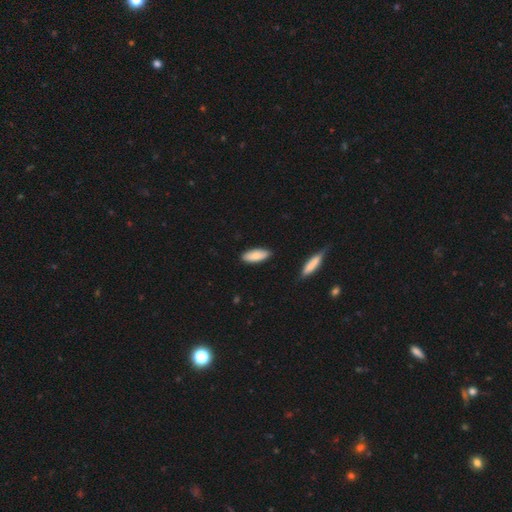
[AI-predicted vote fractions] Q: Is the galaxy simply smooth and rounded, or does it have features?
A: smooth — 83%.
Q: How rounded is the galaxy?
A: in between — 82%.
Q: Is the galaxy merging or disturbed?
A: none — 85%.